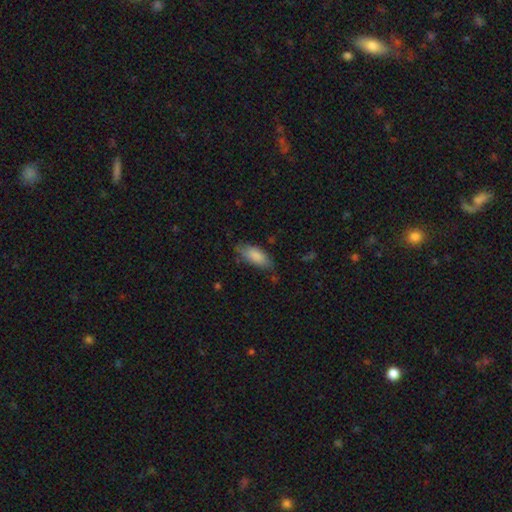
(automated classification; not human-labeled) This is clearly a smooth galaxy (85%). How rounded: clearly in between (82%). Merging: likely none (71%).